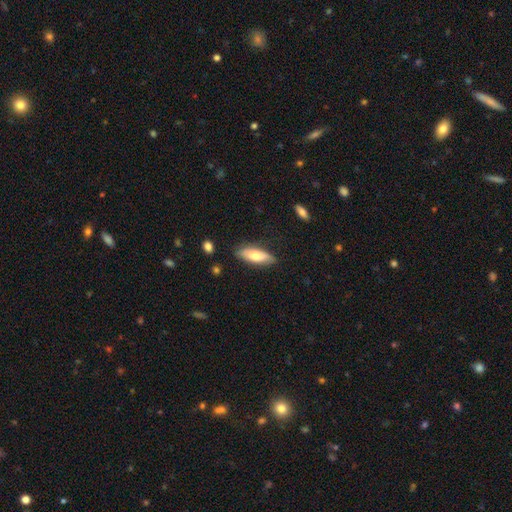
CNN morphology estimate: smooth 68%, featured or disk 26%, star or artifact 6%. Down the decision tree: how rounded — in between (61%); merging — none (81%).